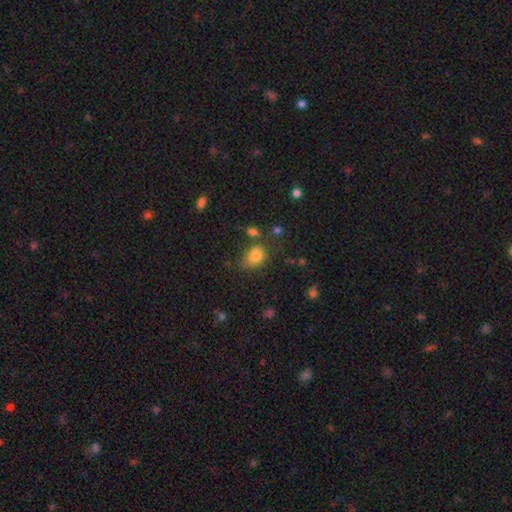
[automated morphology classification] Smooth or featured? smooth (81%)
How rounded? in between (63%)
Merging? none (53%)